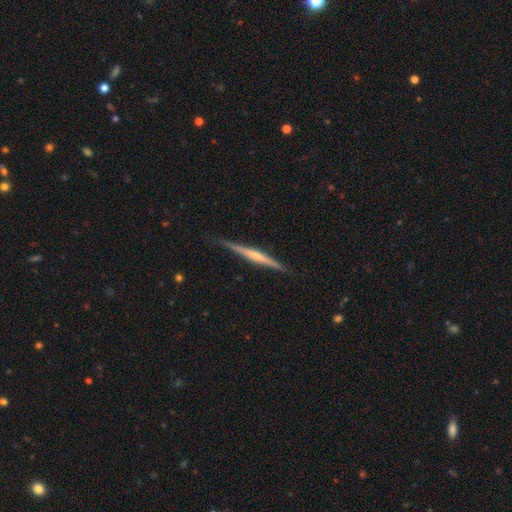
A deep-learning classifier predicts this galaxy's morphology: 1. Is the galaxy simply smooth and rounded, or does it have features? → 69% featured or disk, 26% smooth, 5% star or artifact.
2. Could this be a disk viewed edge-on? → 98% yes, 2% no.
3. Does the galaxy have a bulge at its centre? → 49% rounded, 37% none, 14% boxy.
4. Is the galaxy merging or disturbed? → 89% none, 9% minor disturbance, 2% major disturbance, 1% merger.